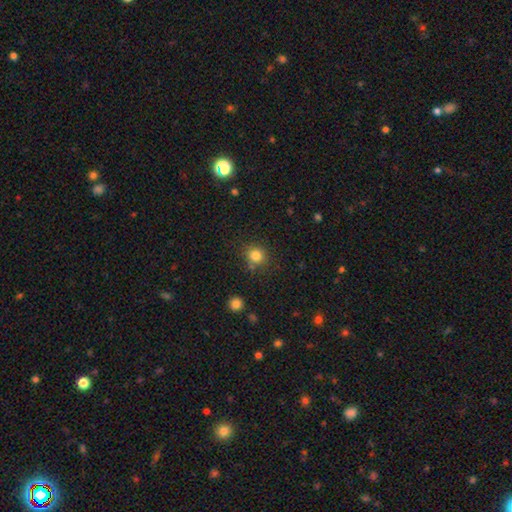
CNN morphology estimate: A smooth galaxy with no disk features (81%) that is round (89%).

Vote fractions:
- Smooth or featured? smooth: 81% / star or artifact: 13% / featured or disk: 6%
- How rounded? round: 89% / in between: 10% / cigar-shaped: 1%
- Merging? none: 79% / minor disturbance: 11% / merger: 6% / major disturbance: 3%